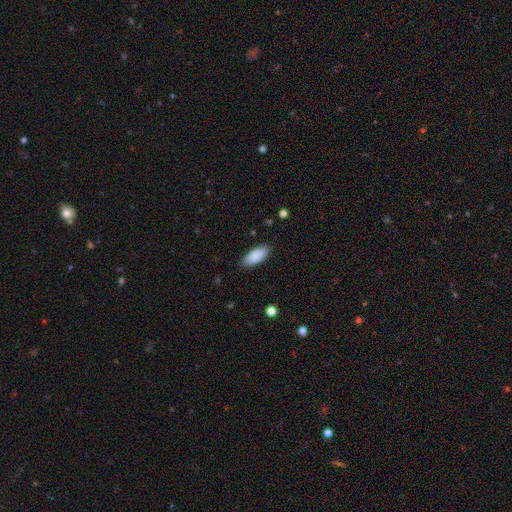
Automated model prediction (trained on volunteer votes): Smooth or featured? Predicted: smooth (p=0.90). How rounded? Predicted: in between (p=0.87). Merging? Predicted: none (p=0.87).